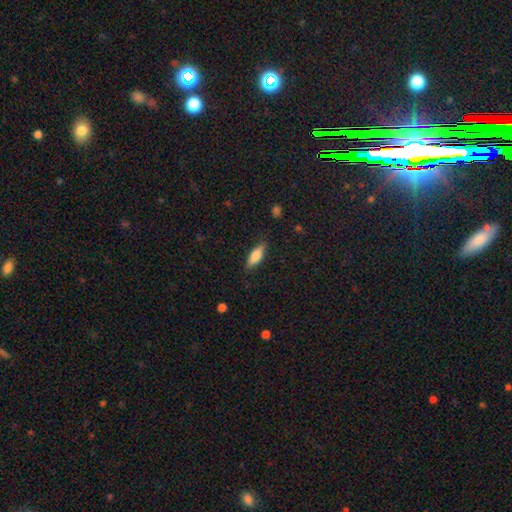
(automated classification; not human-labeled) A smooth galaxy with no disk features (73%) that is in between round and cigar-shaped (61%).

Vote fractions:
- Smooth or featured? smooth: 73% / featured or disk: 20% / star or artifact: 6%
- How rounded? in between: 61% / cigar-shaped: 37% / round: 2%
- Merging? none: 84% / minor disturbance: 12% / major disturbance: 3% / merger: 1%